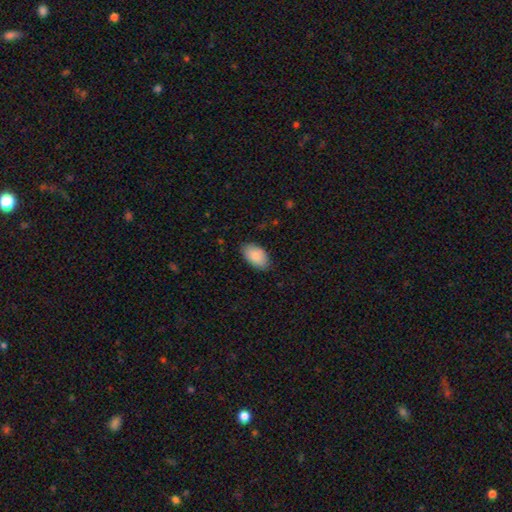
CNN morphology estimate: Smooth or featured?
  - smooth: 87% *
  - featured or disk: 7%
  - star or artifact: 6%
How rounded?
  - in between: 95% *
  - round: 4%
  - cigar-shaped: 1%
Merging?
  - none: 84% *
  - minor disturbance: 13%
  - major disturbance: 2%
  - merger: 1%